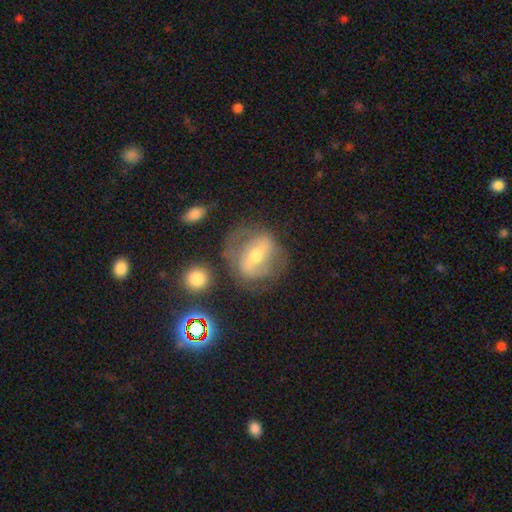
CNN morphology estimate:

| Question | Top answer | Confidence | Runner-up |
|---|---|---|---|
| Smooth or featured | featured or disk | 70% | smooth (22%) |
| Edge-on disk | no | 93% | yes (7%) |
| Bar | strong | 50% | weak (33%) |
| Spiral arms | yes | 66% | no (34%) |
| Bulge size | moderate | 68% | small (25%) |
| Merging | none | 65% | minor disturbance (19%) |